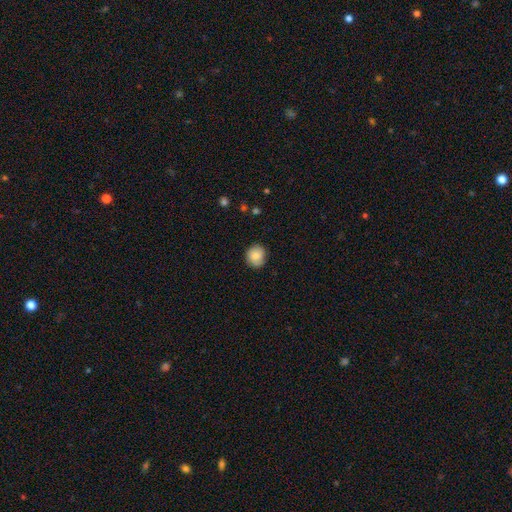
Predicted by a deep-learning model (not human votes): smooth 81%, featured or disk 11%, star or artifact 8%. Down the decision tree: how rounded — round (83%); merging — none (84%).